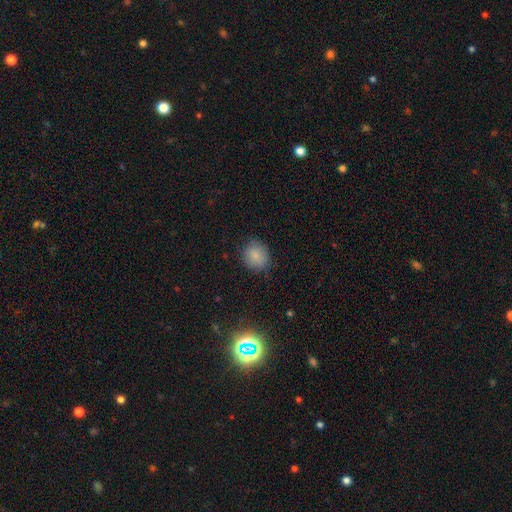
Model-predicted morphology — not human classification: A smooth galaxy with no disk features (85%) that is round (77%).

Vote fractions:
- Smooth or featured? smooth: 85% / star or artifact: 9% / featured or disk: 6%
- How rounded? round: 77% / in between: 22% / cigar-shaped: 1%
- Merging? none: 80% / minor disturbance: 15% / major disturbance: 4% / merger: 1%